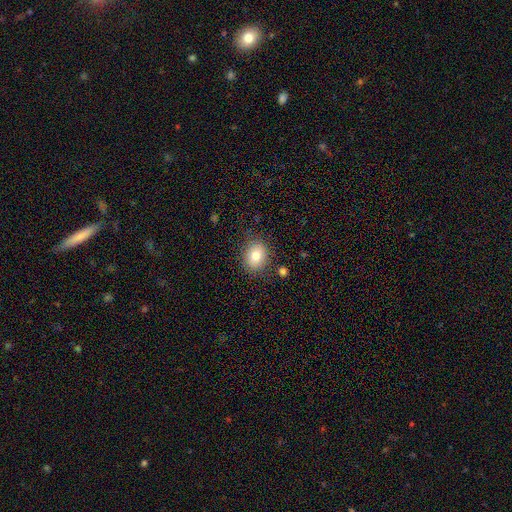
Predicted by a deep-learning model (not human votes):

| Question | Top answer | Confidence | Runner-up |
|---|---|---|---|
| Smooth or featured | smooth | 81% | featured or disk (10%) |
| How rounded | in between | 52% | round (47%) |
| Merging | none | 81% | minor disturbance (13%) |